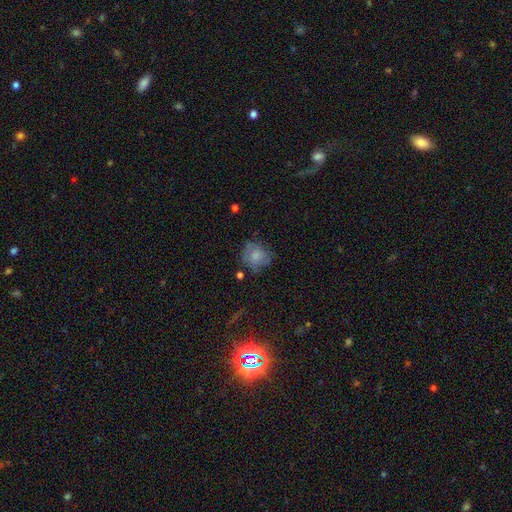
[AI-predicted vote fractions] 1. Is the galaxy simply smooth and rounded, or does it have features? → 73% smooth, 18% featured or disk, 9% star or artifact.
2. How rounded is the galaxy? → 81% round, 18% in between, 1% cigar-shaped.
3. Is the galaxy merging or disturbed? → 61% none, 25% minor disturbance, 10% major disturbance, 4% merger.